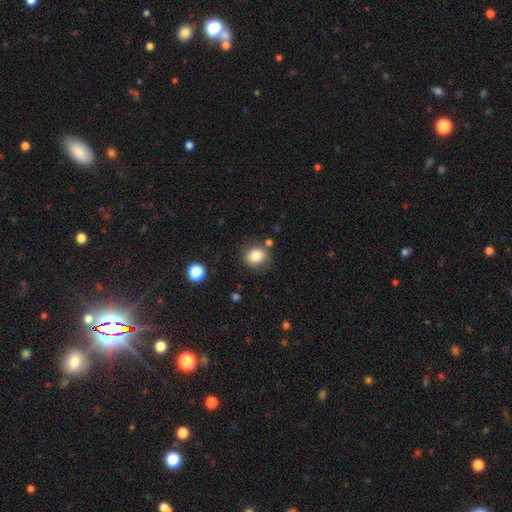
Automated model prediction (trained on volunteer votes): This appears to be a smooth galaxy with no disk features (81%) that is round (74%). Merging: none (80%).